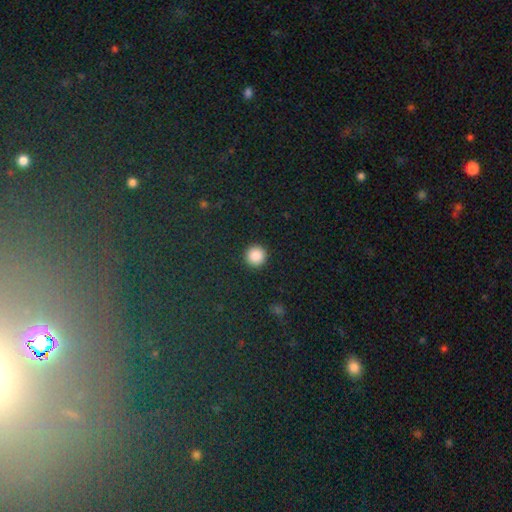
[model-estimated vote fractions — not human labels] smooth_or_featured: smooth (p=0.87) [alt: star or artifact p=0.10]
how_rounded: round (p=0.96) [alt: in between p=0.03]
merging: none (p=0.93) [alt: minor disturbance p=0.04]